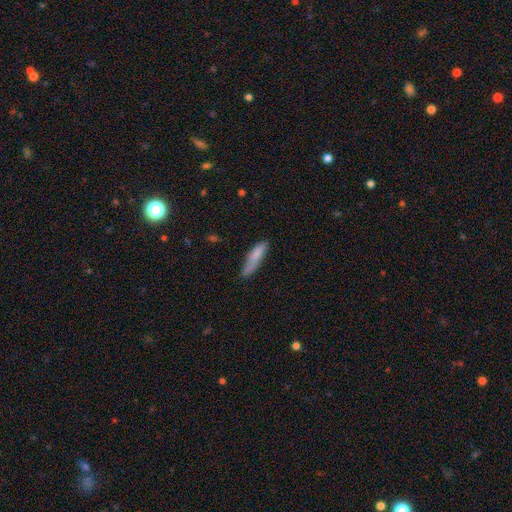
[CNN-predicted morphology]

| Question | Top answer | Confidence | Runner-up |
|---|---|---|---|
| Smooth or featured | smooth | 80% | featured or disk (13%) |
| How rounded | cigar-shaped | 74% | in between (24%) |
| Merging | none | 57% | minor disturbance (31%) |